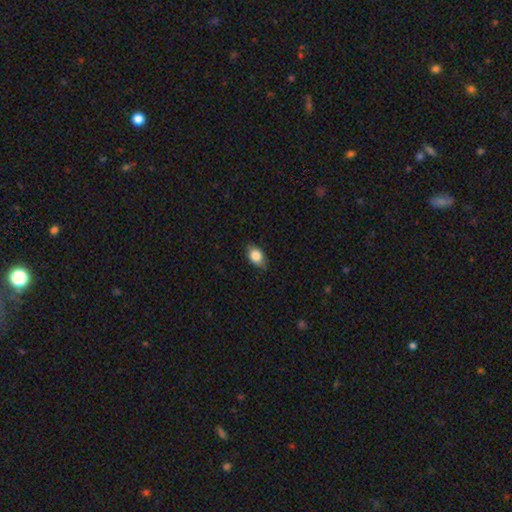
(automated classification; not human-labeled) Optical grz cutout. It shows a smooth galaxy with no disk features (83%) that is in between round and cigar-shaped (81%). Merging: none (80%).